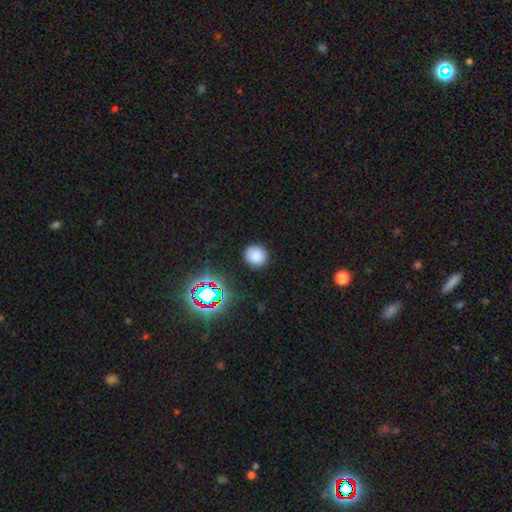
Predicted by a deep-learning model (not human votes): A smooth galaxy with no disk features (80%) that is round (85%). Merging: none (89%).